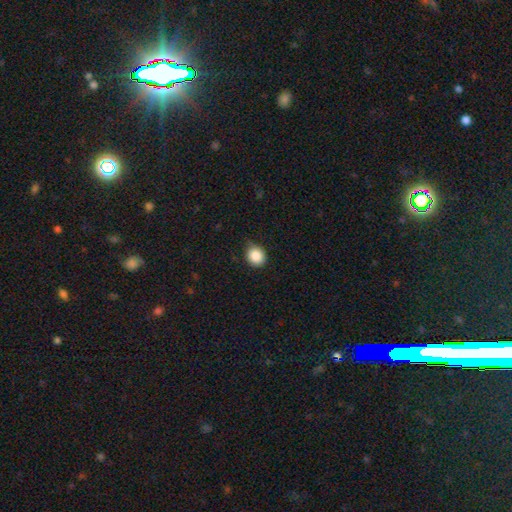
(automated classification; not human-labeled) Smooth or featured? smooth (87%)
How rounded? round (83%)
Merging? none (74%)